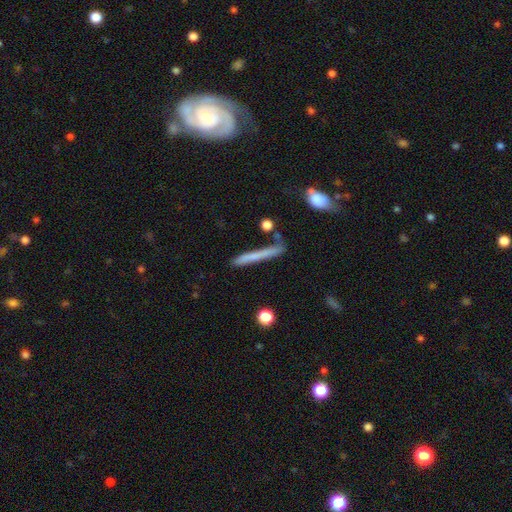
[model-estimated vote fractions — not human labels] smooth 59%, featured or disk 33%, star or artifact 8%. Down the decision tree: how rounded — cigar-shaped (95%); merging — none (71%).